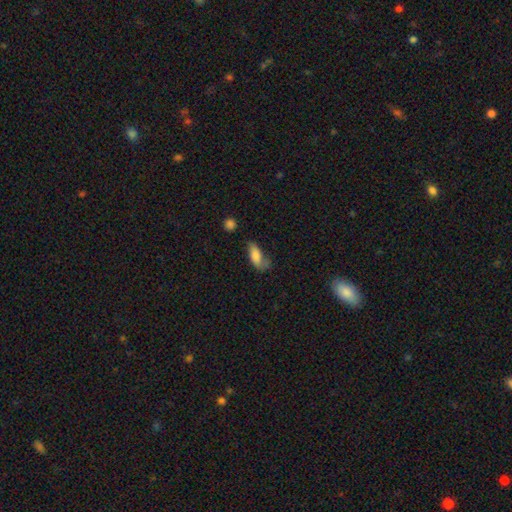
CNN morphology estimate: type=smooth (76%); roundness=in between (80%); merging=none (43%).